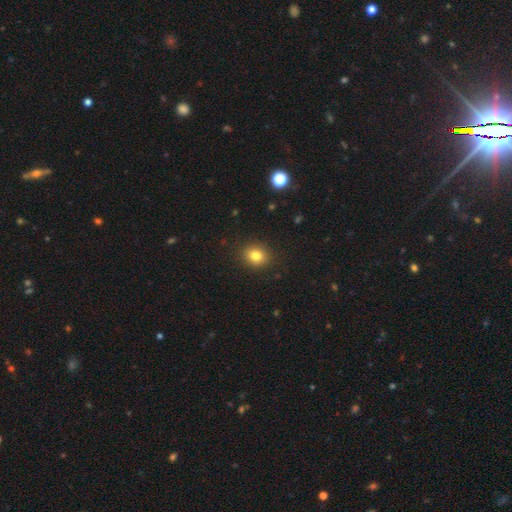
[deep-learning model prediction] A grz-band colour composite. It shows a smooth galaxy with no disk features (81%) that is round (70%). Merging: none (90%).